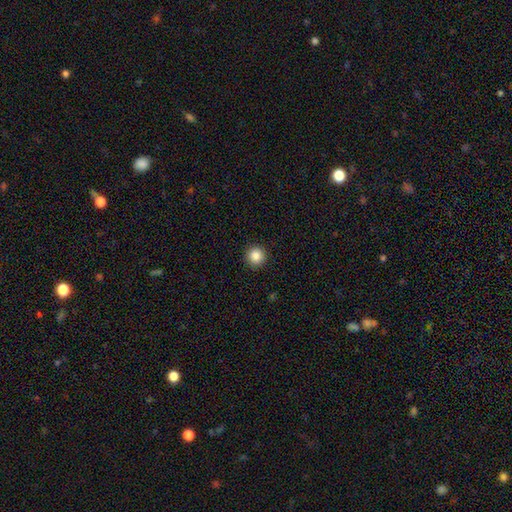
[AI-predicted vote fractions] Smooth or featured: smooth — 86% (star or artifact — 10%)
How rounded: round — 96% (in between — 3%)
Merging: none — 93% (minor disturbance — 5%)